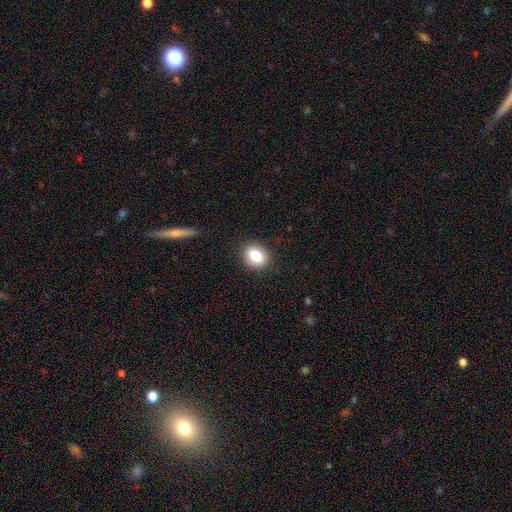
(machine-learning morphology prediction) A smooth galaxy with no disk features (83%) that is in between round and cigar-shaped (50%).

Vote fractions:
- Smooth or featured? smooth: 83% / star or artifact: 9% / featured or disk: 7%
- How rounded? in between: 50% / round: 49% / cigar-shaped: 1%
- Merging? none: 87% / minor disturbance: 9% / major disturbance: 3% / merger: 1%